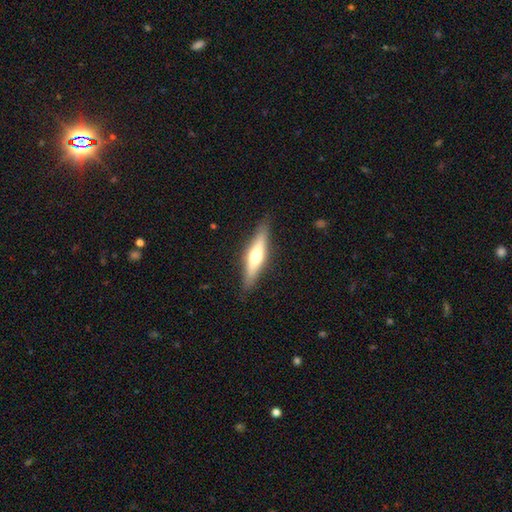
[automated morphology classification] Smooth or featured: featured or disk — 54% (smooth — 41%)
Edge-on disk: yes — 92% (no — 8%)
Merging: none — 87% (minor disturbance — 10%)